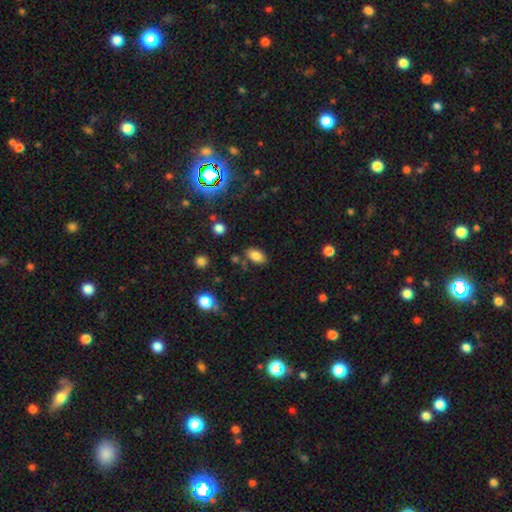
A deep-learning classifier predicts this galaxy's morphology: Overall: smooth (82%). How rounded: in between (91%). Merging: none (80%).